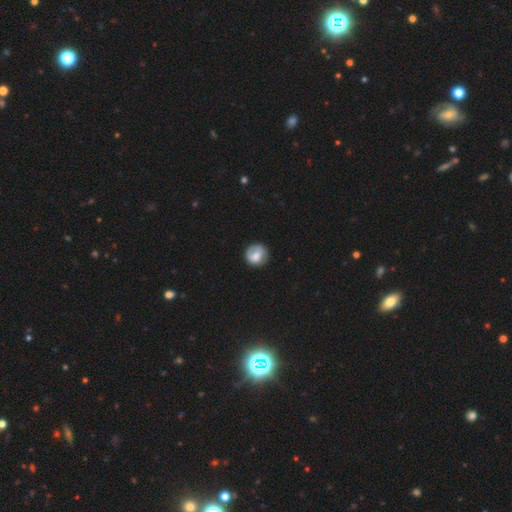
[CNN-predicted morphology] Smooth or featured? Predicted: smooth (p=0.74). How rounded? Predicted: round (p=0.88). Merging? Predicted: none (p=0.76).